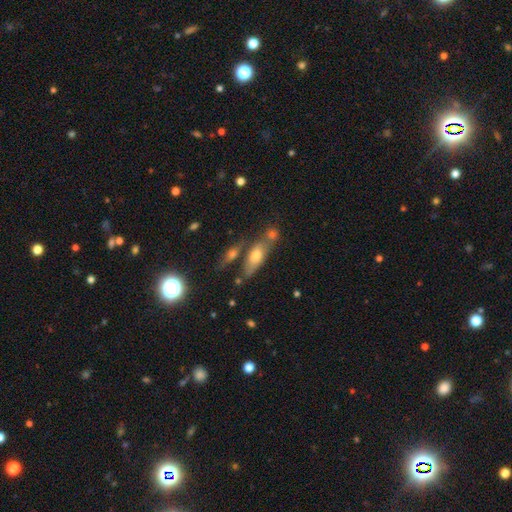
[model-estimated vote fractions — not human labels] This appears to be a smooth galaxy with no disk features (62%) that is in between round and cigar-shaped (69%). Merging: none (52%).